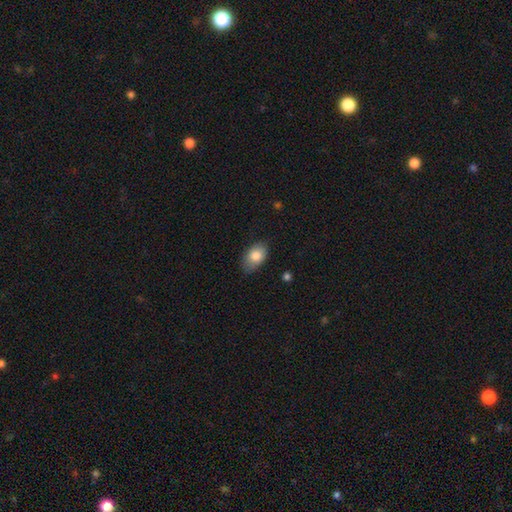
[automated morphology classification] Overall: smooth (82%). How rounded: in between (88%). Merging: none (76%).